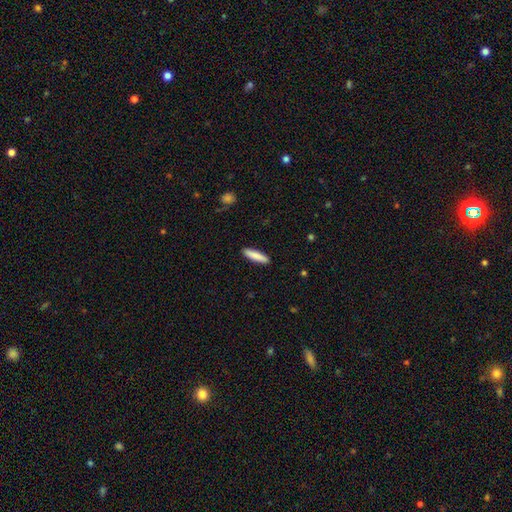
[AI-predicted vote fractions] This is clearly a smooth galaxy (85%). How rounded: likely cigar-shaped (80%). Merging: clearly none (91%).